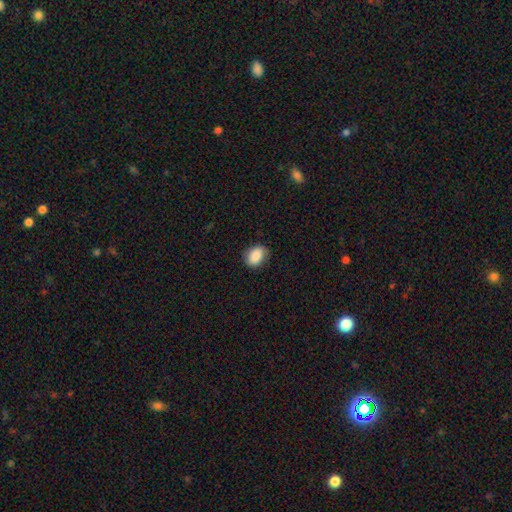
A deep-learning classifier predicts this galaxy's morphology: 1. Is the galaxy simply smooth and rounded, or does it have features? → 88% smooth, 7% star or artifact, 5% featured or disk.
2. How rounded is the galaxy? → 77% in between, 22% round, 1% cigar-shaped.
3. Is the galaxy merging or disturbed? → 83% none, 13% minor disturbance, 3% major disturbance, 1% merger.